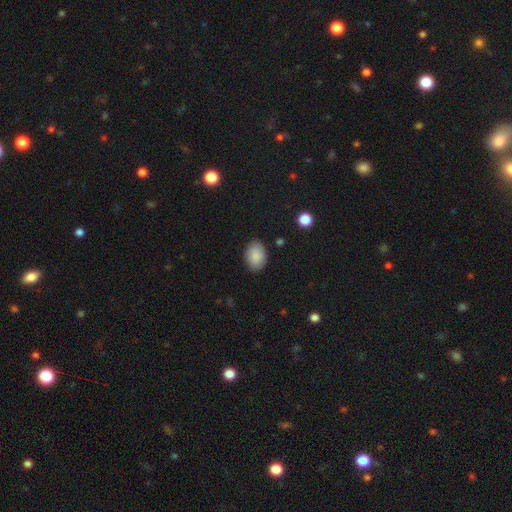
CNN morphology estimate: smooth-or-featured: smooth: 87% | star or artifact: 7% | featured or disk: 6%
  how-rounded: in between: 81% | round: 18% | cigar-shaped: 1%
  merging: none: 85% | minor disturbance: 12% | major disturbance: 3% | merger: 1%